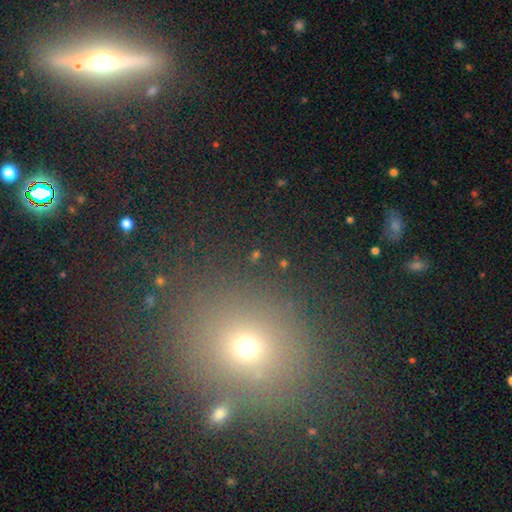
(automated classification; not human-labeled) Overall: star or artifact (47%; smooth 41%).